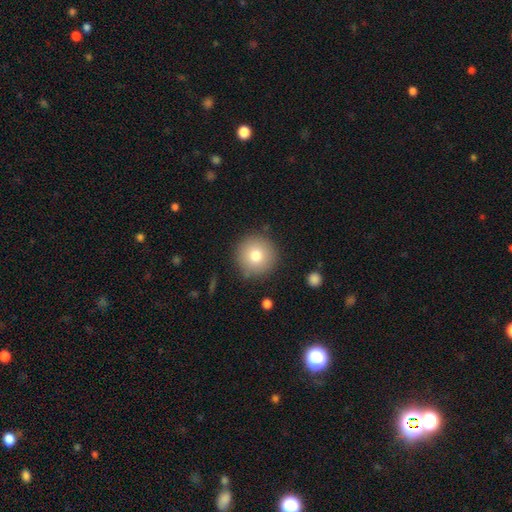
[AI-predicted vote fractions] Smooth or featured: smooth — 78% (featured or disk — 12%)
How rounded: round — 96% (in between — 3%)
Merging: none — 87% (minor disturbance — 8%)